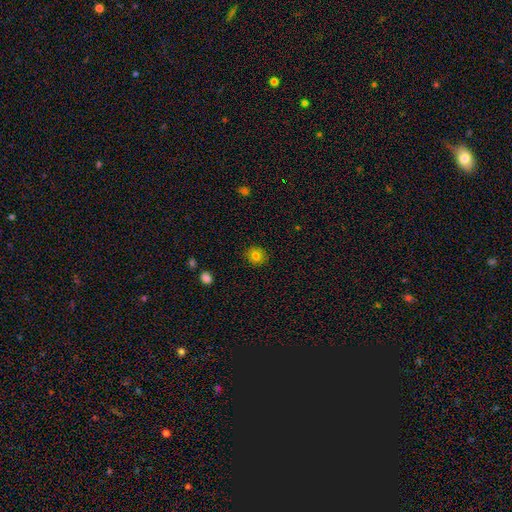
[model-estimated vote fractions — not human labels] Smooth or featured?
  - smooth: 80% *
  - star or artifact: 12%
  - featured or disk: 9%
How rounded?
  - round: 80% *
  - in between: 19%
  - cigar-shaped: 1%
Merging?
  - none: 88% *
  - minor disturbance: 9%
  - major disturbance: 2%
  - merger: 1%